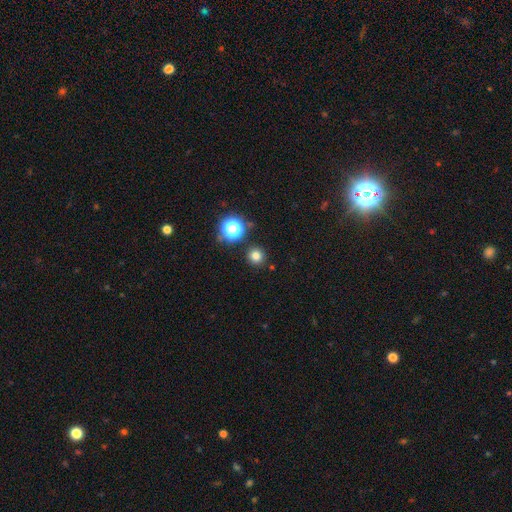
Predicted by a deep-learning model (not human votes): Smooth or featured? smooth (76%)
How rounded? round (94%)
Merging? none (89%)